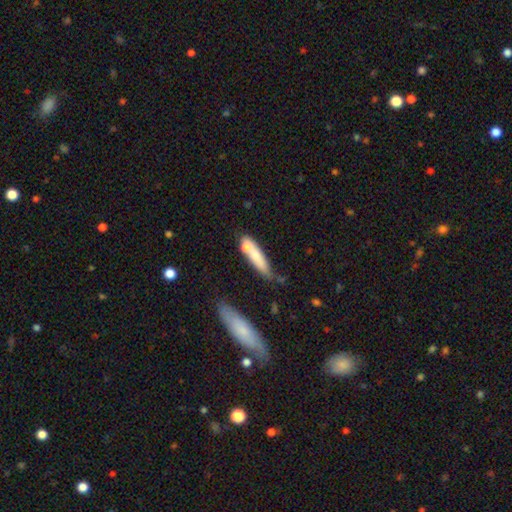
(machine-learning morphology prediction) type=smooth (69%); roundness=cigar-shaped (67%); merging=none (41%).